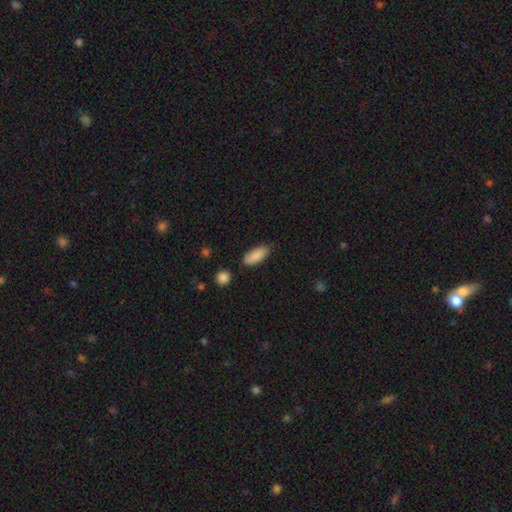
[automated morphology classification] A smooth galaxy with no disk features (88%) that is in between round and cigar-shaped (84%). Merging: none (83%).